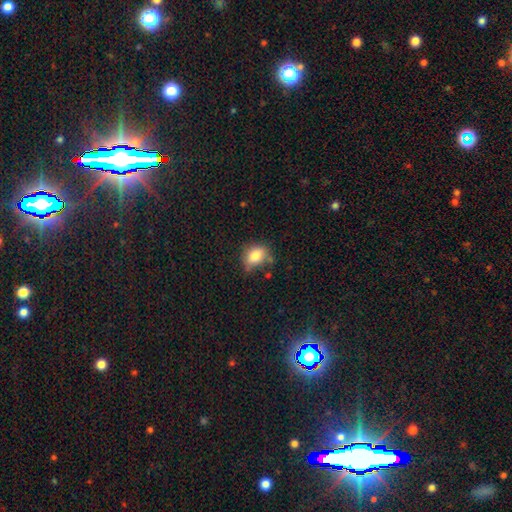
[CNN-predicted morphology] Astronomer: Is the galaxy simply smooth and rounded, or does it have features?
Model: smooth — 81%.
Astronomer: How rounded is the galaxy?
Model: in between — 64%.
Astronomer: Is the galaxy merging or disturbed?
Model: none — 59%.